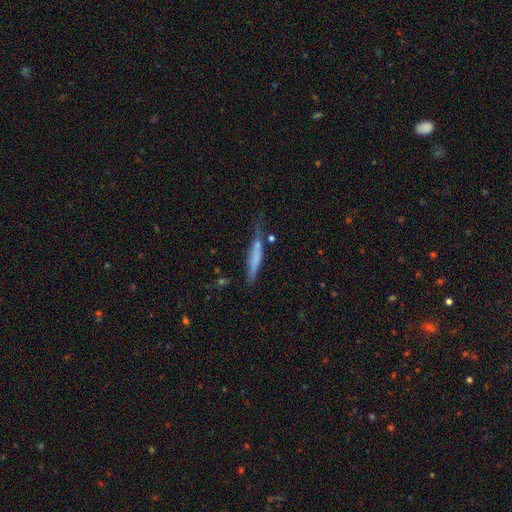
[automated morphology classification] Smooth or featured: smooth — 59% (featured or disk — 33%)
How rounded: cigar-shaped — 90% (in between — 8%)
Merging: none — 53% (minor disturbance — 28%)